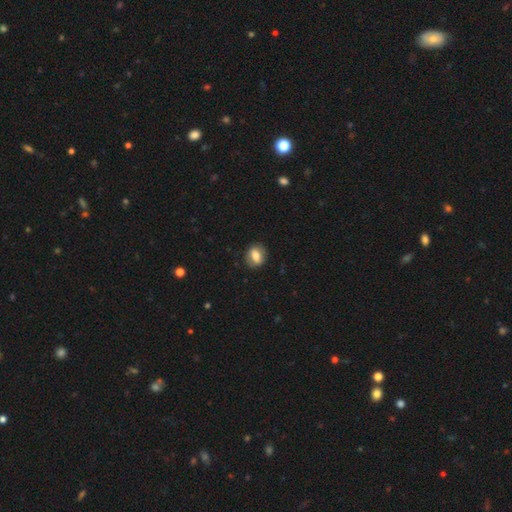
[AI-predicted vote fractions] Smooth or featured? smooth (71%)
How rounded? in between (51%)
Merging? none (85%)